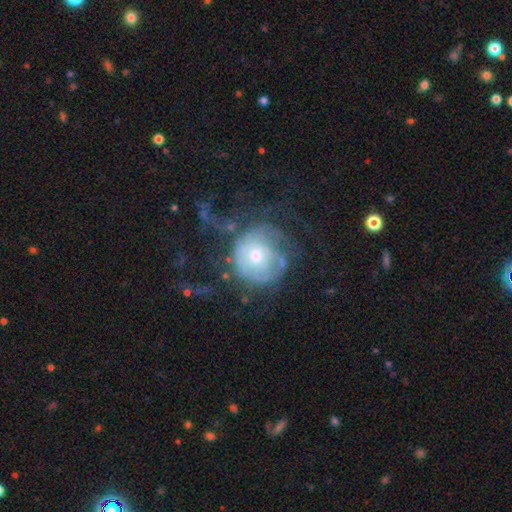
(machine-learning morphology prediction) Smooth or featured: featured or disk — 64% (smooth — 27%)
Edge-on disk: no — 97% (yes — 3%)
Bar: no — 82% (weak — 15%)
Spiral arms: yes — 57% (no — 43%)
Bulge size: moderate — 56% (small — 35%)
Merging: none — 41% (major disturbance — 36%)